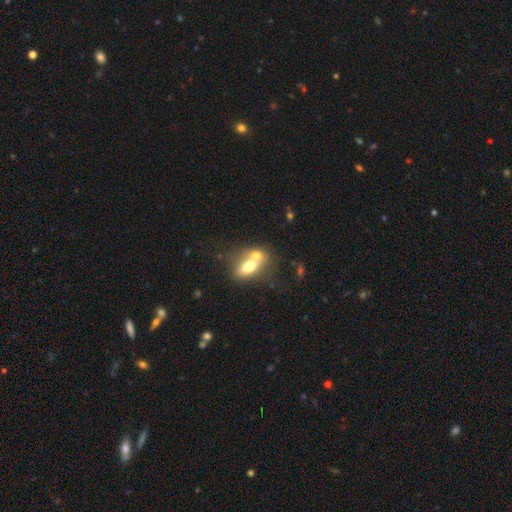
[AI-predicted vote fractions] A smooth galaxy with no disk features (66%) that is in between round and cigar-shaped (78%). Merging: merger (59%).